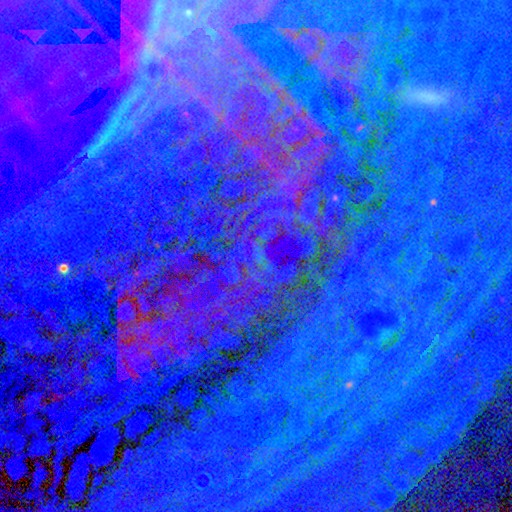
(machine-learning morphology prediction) Smooth or featured: star or artifact — 85% (featured or disk — 8%)